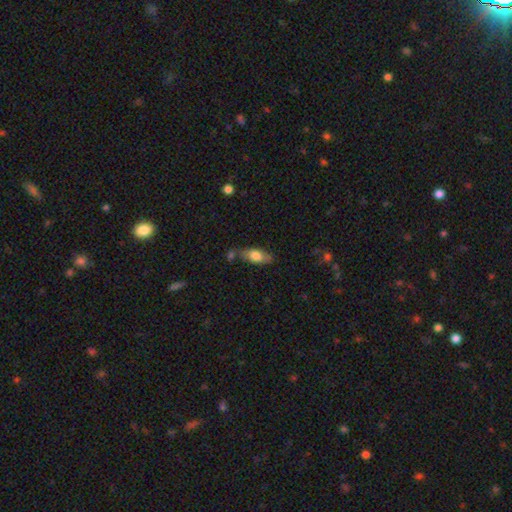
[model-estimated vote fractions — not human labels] Q: Smooth or featured?
A: smooth (72%); runner-up: featured or disk (21%)
Q: How rounded?
A: in between (78%); runner-up: cigar-shaped (19%)
Q: Merging?
A: none (64%); runner-up: minor disturbance (20%)